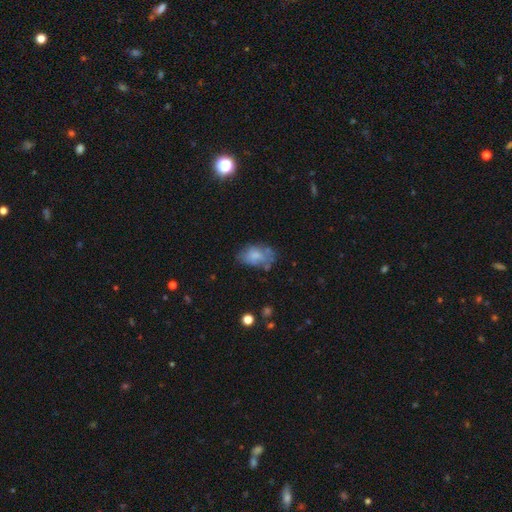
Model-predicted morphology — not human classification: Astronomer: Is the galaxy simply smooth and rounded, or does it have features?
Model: smooth — 64%.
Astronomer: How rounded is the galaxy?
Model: in between — 88%.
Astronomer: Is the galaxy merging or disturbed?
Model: none — 46% (runner-up: minor disturbance, 30%).